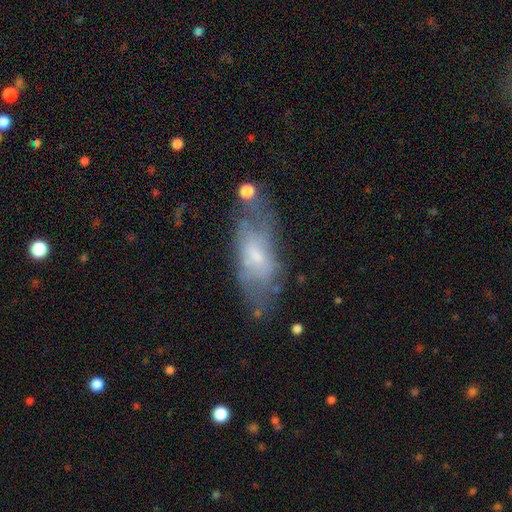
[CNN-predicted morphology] The model was most divided on "smooth or featured": featured or disk: 49%, smooth: 43%, star or artifact: 8%. More confident: merging — none (55%).